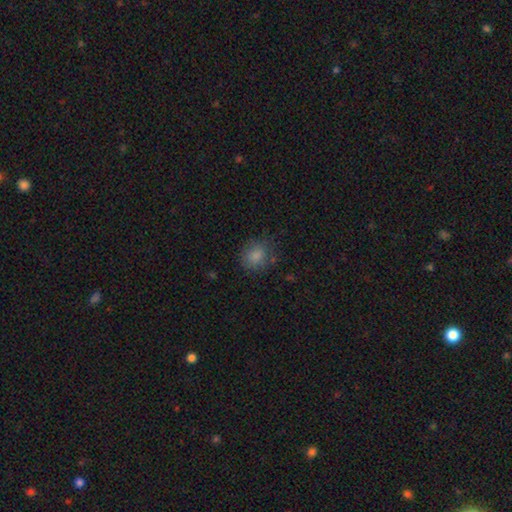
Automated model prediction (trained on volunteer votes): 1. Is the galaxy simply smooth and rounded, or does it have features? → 84% smooth, 10% star or artifact, 6% featured or disk.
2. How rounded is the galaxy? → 69% round, 30% in between, 1% cigar-shaped.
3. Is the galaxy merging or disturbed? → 76% none, 17% minor disturbance, 6% major disturbance, 2% merger.